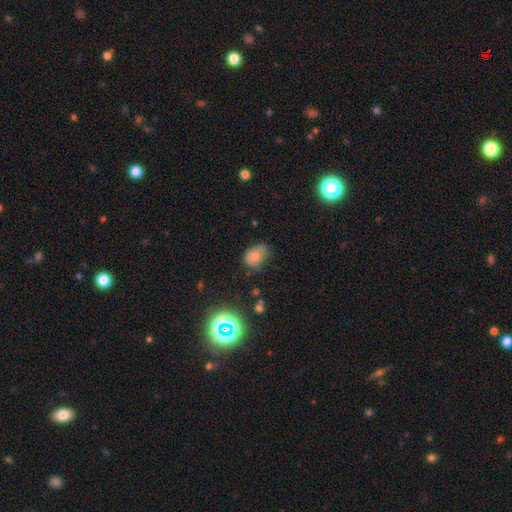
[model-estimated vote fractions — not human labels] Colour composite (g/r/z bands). It shows a smooth galaxy with no disk features (75%) that is in between round and cigar-shaped (76%). Merging: none (49%).